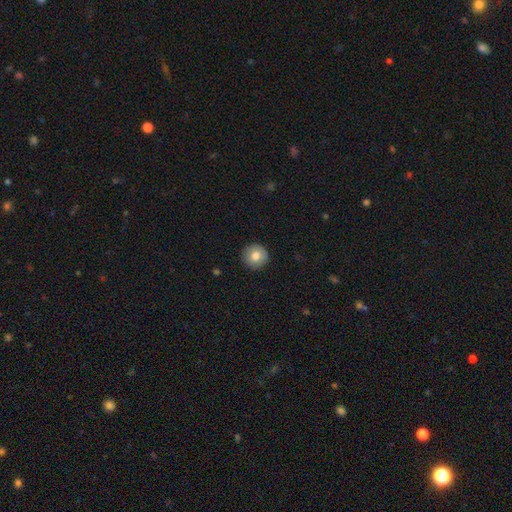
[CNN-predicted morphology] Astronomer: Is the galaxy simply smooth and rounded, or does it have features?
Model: smooth — 79%.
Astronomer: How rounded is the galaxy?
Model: round — 96%.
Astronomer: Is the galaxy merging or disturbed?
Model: none — 92%.